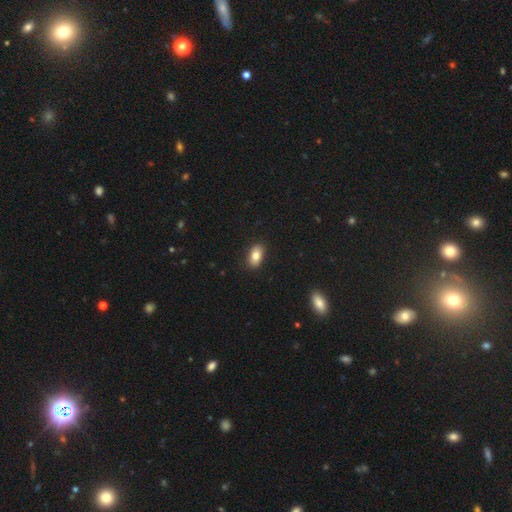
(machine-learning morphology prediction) The model was most divided on "smooth or featured": smooth: 82%, featured or disk: 10%, star or artifact: 8%. More confident: how rounded — in between (91%); merging — none (89%).